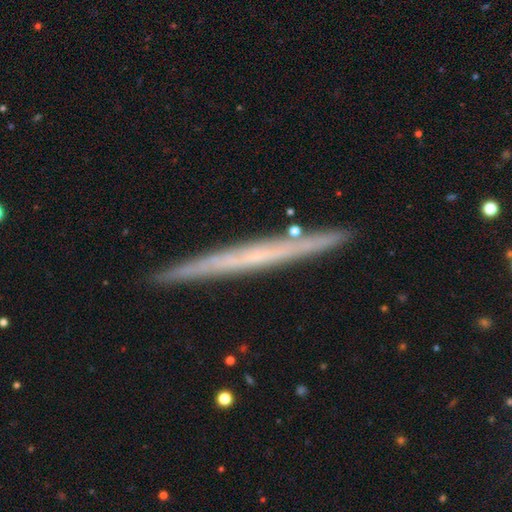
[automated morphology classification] smooth-or-featured: featured or disk: 64% | smooth: 29% | star or artifact: 7%
  disk-edge-on: yes: 96% | no: 4%
    edge-on-bulge: none: 87% | rounded: 10% | boxy: 3%
  merging: none: 88% | minor disturbance: 8% | merger: 2% | major disturbance: 1%